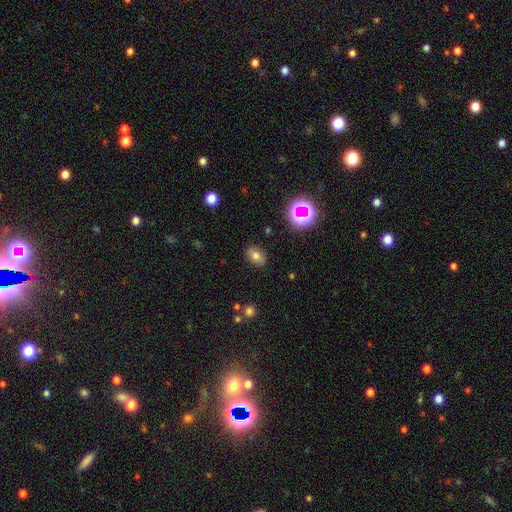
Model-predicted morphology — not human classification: Q: Smooth or featured?
A: smooth (73%); runner-up: star or artifact (15%)
Q: How rounded?
A: in between (78%); runner-up: round (20%)
Q: Merging?
A: none (87%); runner-up: minor disturbance (9%)